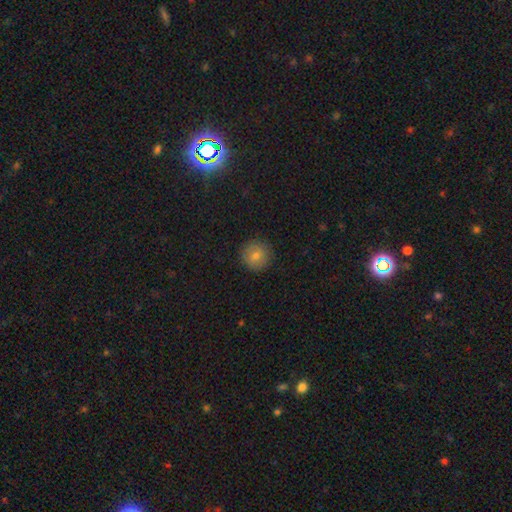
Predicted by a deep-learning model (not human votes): Morphology: type=smooth (73%); roundness=round (94%); merging=none (90%).